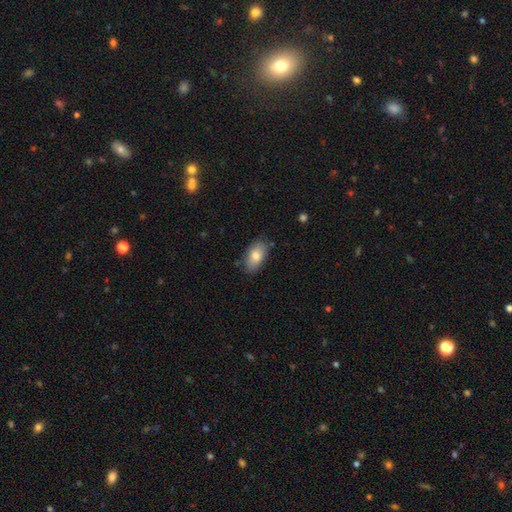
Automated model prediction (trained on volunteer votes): A smooth galaxy with no disk features (80%) that is in between round and cigar-shaped (92%). Merging: none (81%).